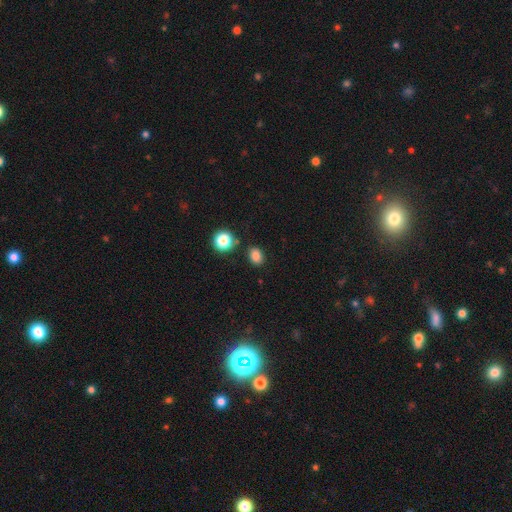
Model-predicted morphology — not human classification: Smooth or featured? Predicted: smooth (p=0.82). How rounded? Predicted: in between (p=0.59). Merging? Predicted: none (p=0.81).